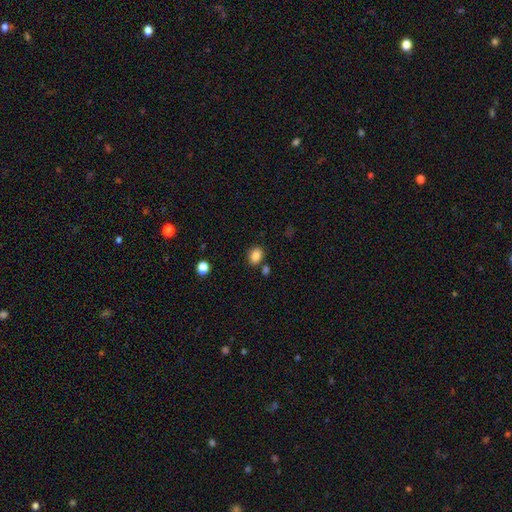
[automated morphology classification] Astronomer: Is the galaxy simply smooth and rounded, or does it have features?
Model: smooth — 85%.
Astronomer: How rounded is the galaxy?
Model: in between — 60% (runner-up: round, 39%).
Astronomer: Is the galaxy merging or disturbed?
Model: none — 77%.